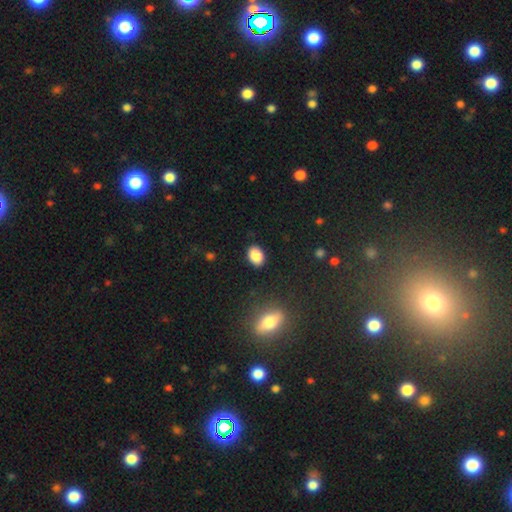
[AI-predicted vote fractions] A smooth galaxy with no disk features (87%) that is in between round and cigar-shaped (76%). Merging: none (88%).